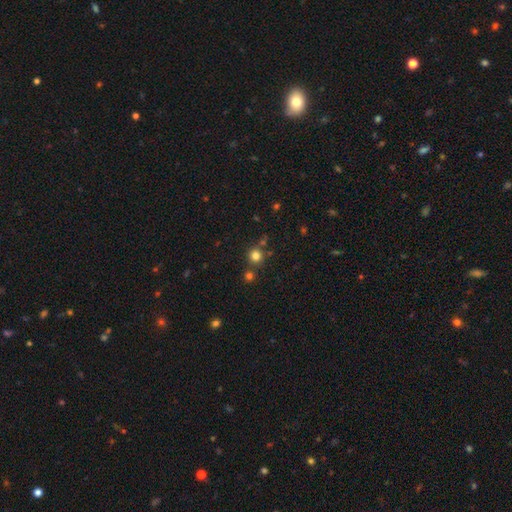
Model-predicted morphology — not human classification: A smooth galaxy with no disk features (79%) that is round (93%).

Vote fractions:
- Smooth or featured? smooth: 79% / star or artifact: 16% / featured or disk: 5%
- How rounded? round: 93% / in between: 6% / cigar-shaped: 1%
- Merging? none: 76% / merger: 13% / minor disturbance: 7% / major disturbance: 3%